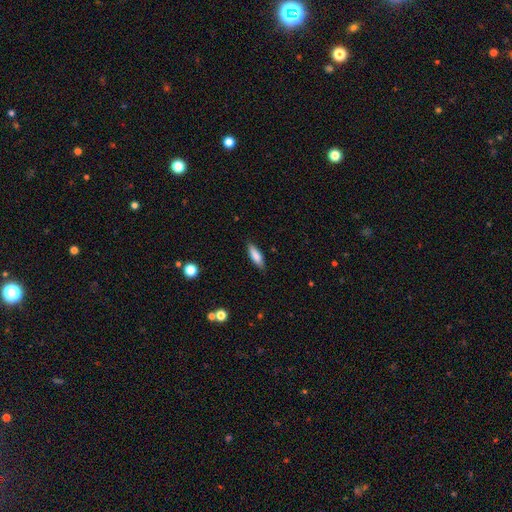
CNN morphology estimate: This is clearly a smooth galaxy (81%). How rounded: possibly in between (51%). Merging: clearly none (86%).